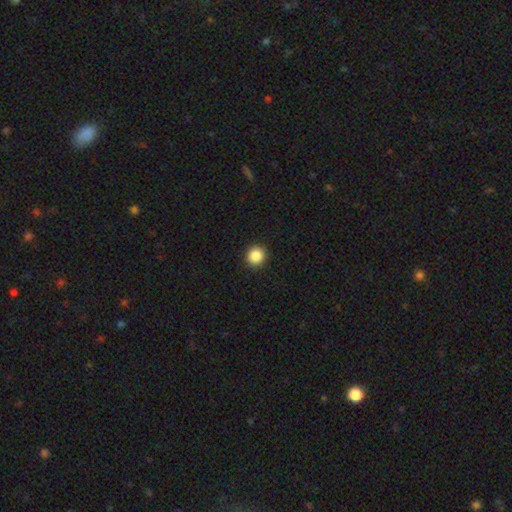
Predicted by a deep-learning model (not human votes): A smooth galaxy with no disk features (88%) that is round (89%). Merging: none (92%).